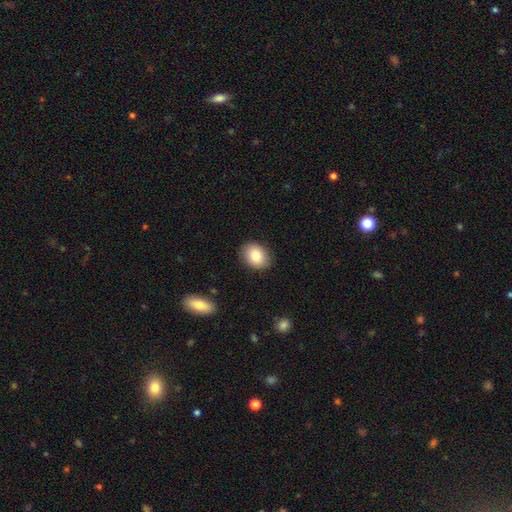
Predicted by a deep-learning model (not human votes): Morphology: type=smooth (84%); roundness=in between (62%); merging=none (88%).